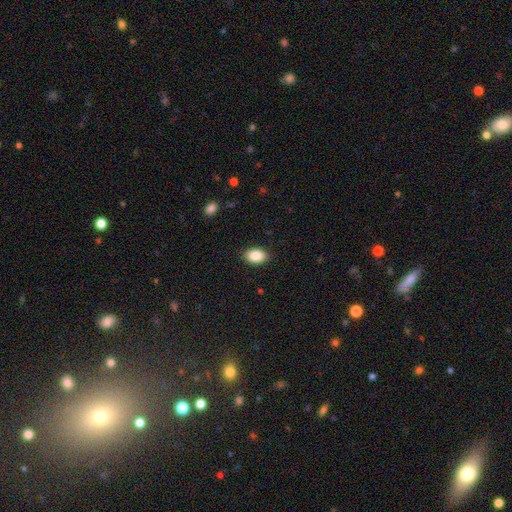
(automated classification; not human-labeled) Q: Smooth or featured?
A: smooth (88%); runner-up: star or artifact (8%)
Q: How rounded?
A: in between (85%); runner-up: round (14%)
Q: Merging?
A: none (89%); runner-up: minor disturbance (8%)